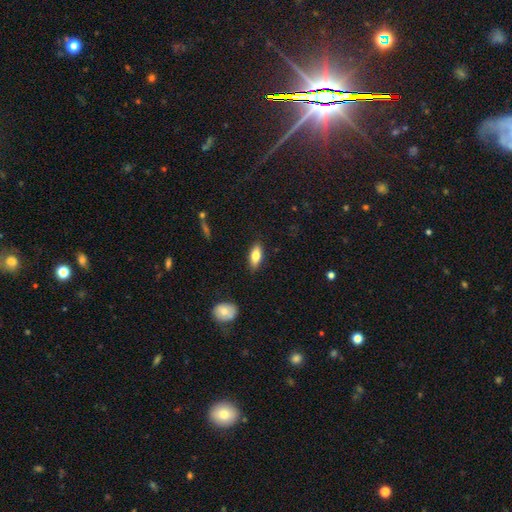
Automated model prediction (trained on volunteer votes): Morphology: type=smooth (74%); roundness=in between (76%); merging=none (85%).